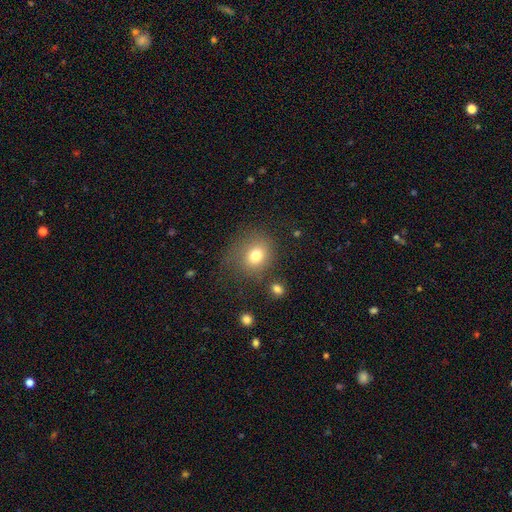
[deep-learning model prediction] A smooth galaxy with no disk features (76%) that is round (73%). Merging: none (66%).